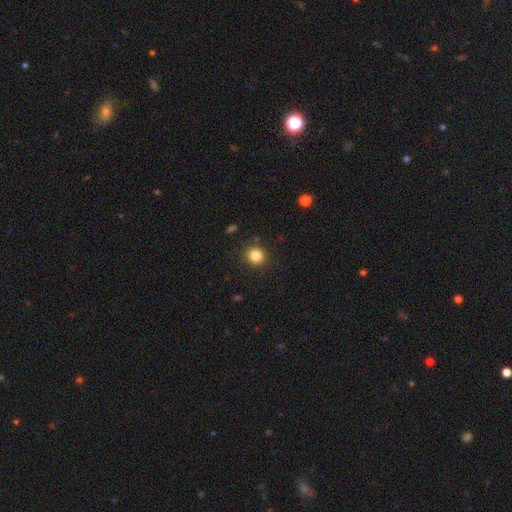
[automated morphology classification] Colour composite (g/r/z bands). It shows a smooth galaxy with no disk features (83%) that is round (87%). Merging: none (89%).